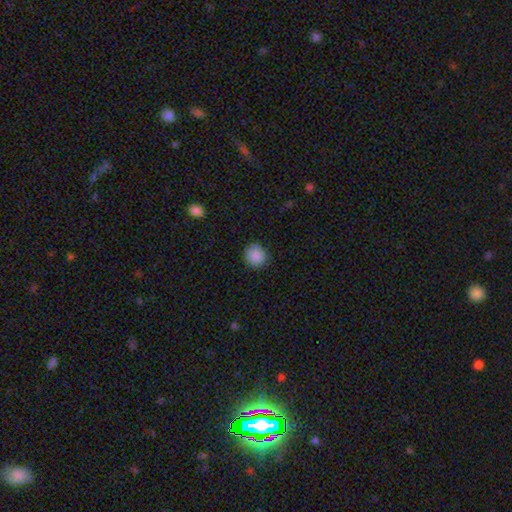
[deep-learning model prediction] smooth-or-featured: smooth: 89% | star or artifact: 8% | featured or disk: 3%
  how-rounded: round: 89% | in between: 10% | cigar-shaped: 1%
  merging: none: 87% | minor disturbance: 10% | major disturbance: 2% | merger: 1%